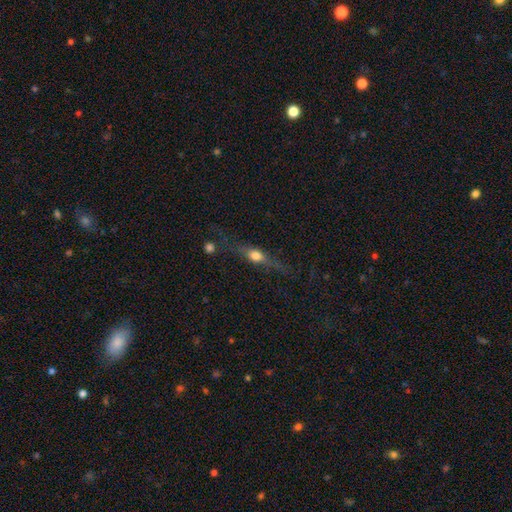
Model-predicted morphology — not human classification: Smooth or featured: featured or disk — 52% (smooth — 37%)
Edge-on disk: yes — 89% (no — 11%)
Merging: none — 68% (minor disturbance — 17%)